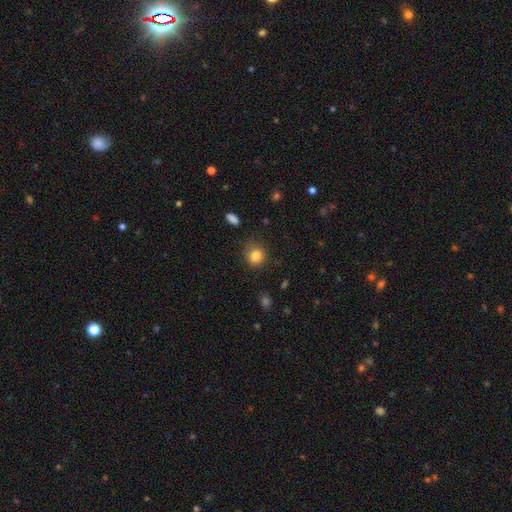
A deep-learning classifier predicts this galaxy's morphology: A smooth galaxy with no disk features (83%) that is round (82%).

Vote fractions:
- Smooth or featured? smooth: 83% / star or artifact: 11% / featured or disk: 6%
- How rounded? round: 82% / in between: 17% / cigar-shaped: 1%
- Merging? none: 78% / minor disturbance: 16% / major disturbance: 5% / merger: 1%